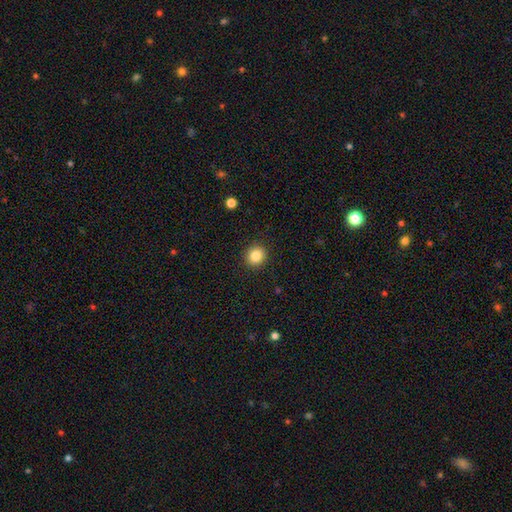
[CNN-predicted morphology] Smooth or featured? smooth (84%)
How rounded? round (88%)
Merging? none (92%)